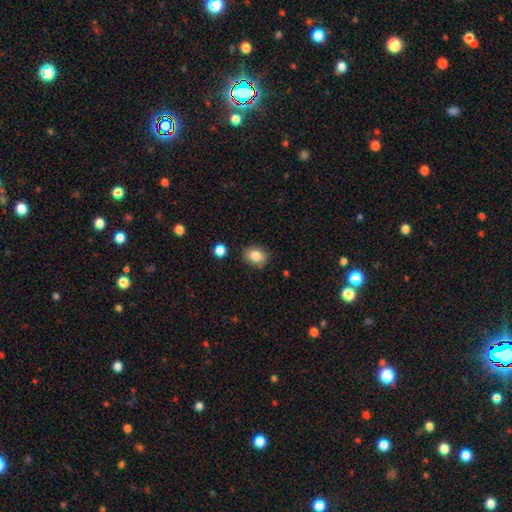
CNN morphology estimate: smooth-or-featured: smooth: 85% | star or artifact: 9% | featured or disk: 6%
  how-rounded: in between: 64% | round: 35% | cigar-shaped: 1%
  merging: none: 84% | minor disturbance: 11% | major disturbance: 3% | merger: 2%